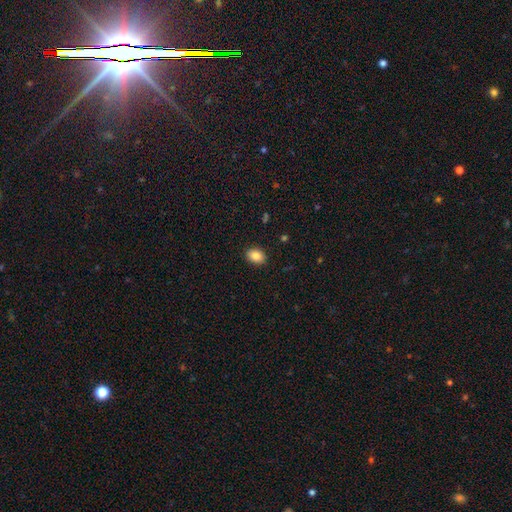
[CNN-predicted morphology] A smooth galaxy with no disk features (86%) that is in between round and cigar-shaped (77%). Merging: none (89%).